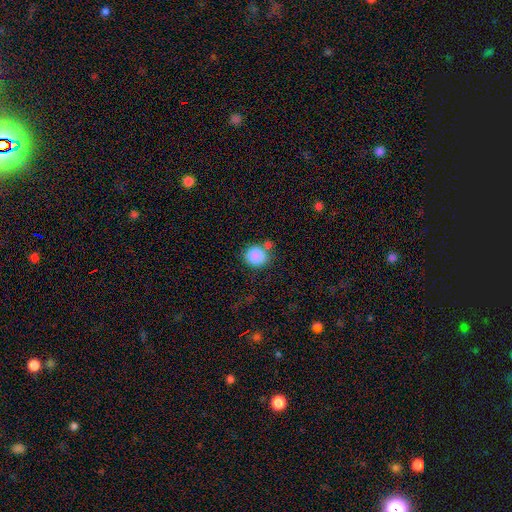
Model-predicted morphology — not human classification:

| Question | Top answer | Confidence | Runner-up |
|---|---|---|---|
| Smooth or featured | smooth | 86% | star or artifact (9%) |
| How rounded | round | 85% | in between (14%) |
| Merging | none | 62% | merger (17%) |